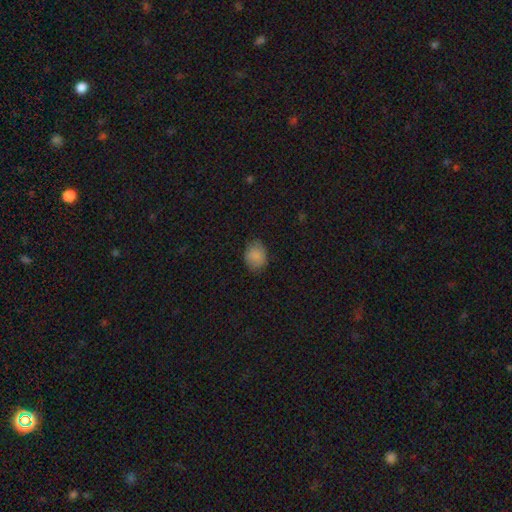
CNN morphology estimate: Smooth or featured? smooth (85%)
How rounded? in between (58%)
Merging? none (77%)